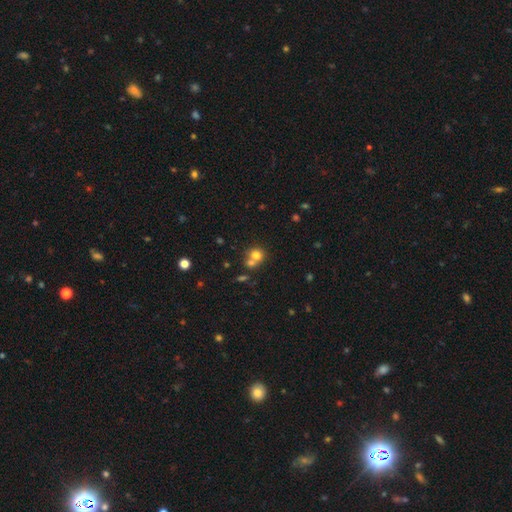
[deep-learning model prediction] Morphology: type=smooth (74%); roundness=round (82%); merging=merger (48%).